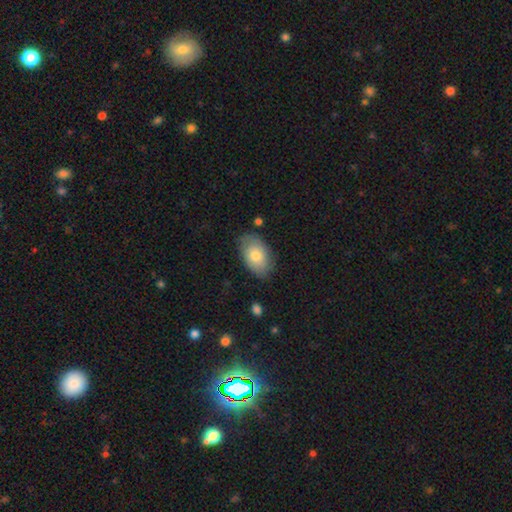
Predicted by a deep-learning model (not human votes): Smooth or featured? Predicted: smooth (p=0.74). How rounded? Predicted: in between (p=0.92). Merging? Predicted: none (p=0.76).